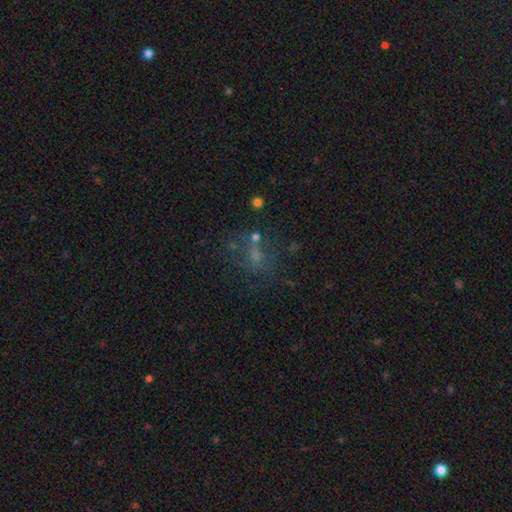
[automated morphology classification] Overall: smooth (40%; featured or disk 31%). Merging: none (50%; major disturbance 21%).